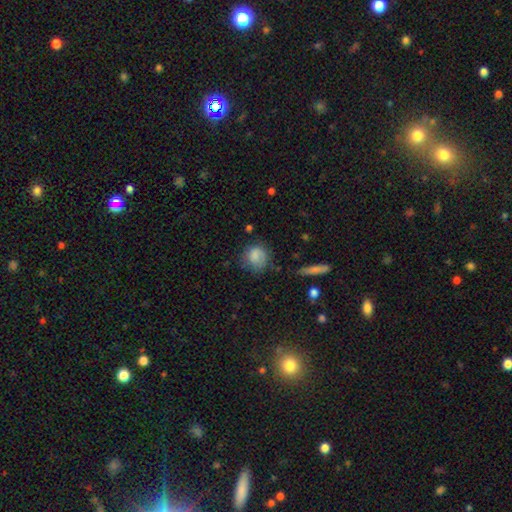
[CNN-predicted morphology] Smooth or featured?
  - smooth: 79% *
  - featured or disk: 12%
  - star or artifact: 9%
How rounded?
  - round: 74% *
  - in between: 25%
  - cigar-shaped: 1%
Merging?
  - none: 59% *
  - minor disturbance: 26%
  - major disturbance: 12%
  - merger: 2%